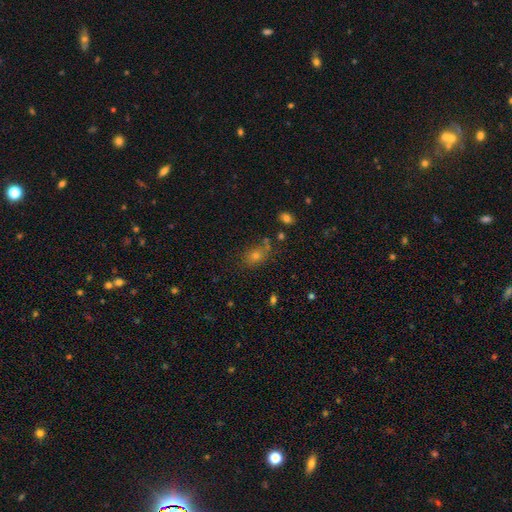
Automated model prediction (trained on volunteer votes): Smooth or featured? smooth (64%)
How rounded? in between (56%)
Merging? none (68%)